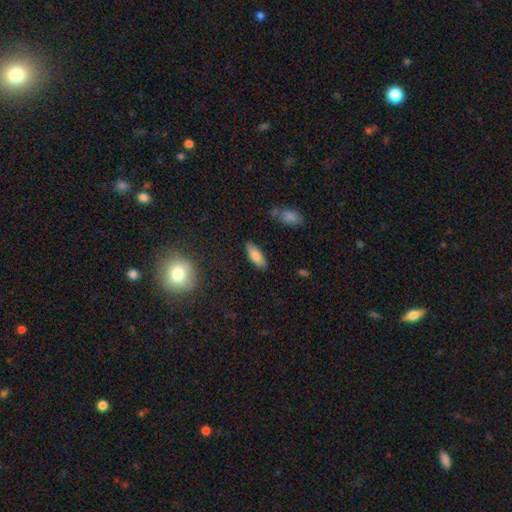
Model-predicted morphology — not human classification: Q: Smooth or featured?
A: smooth (80%); runner-up: featured or disk (13%)
Q: How rounded?
A: in between (70%); runner-up: cigar-shaped (28%)
Q: Merging?
A: none (85%); runner-up: minor disturbance (10%)